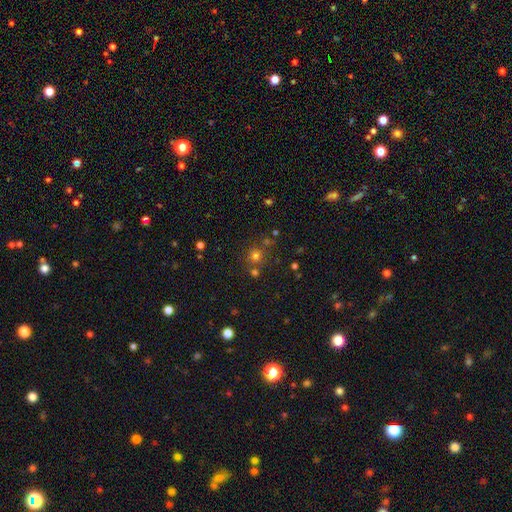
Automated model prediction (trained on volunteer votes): Morphology: type=smooth (68%); roundness=round (91%); merging=none (73%).